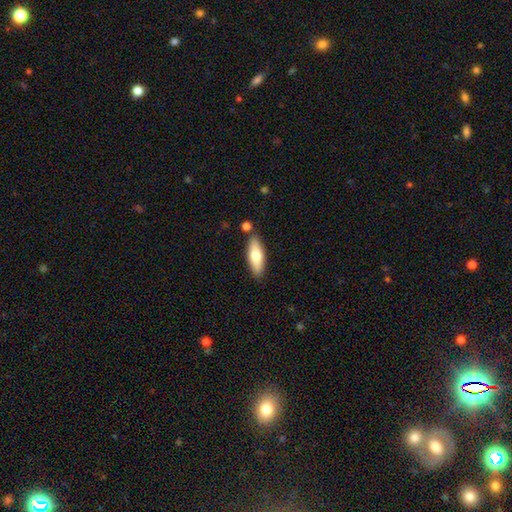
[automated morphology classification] This is likely a smooth galaxy (65%). How rounded: possibly in between (56%). Merging: clearly none (82%).